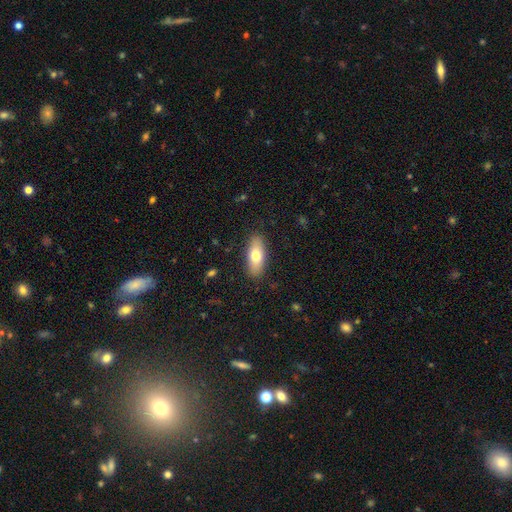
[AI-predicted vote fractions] Smooth or featured? Predicted: smooth (p=0.71). How rounded? Predicted: in between (p=0.75). Merging? Predicted: none (p=0.88).